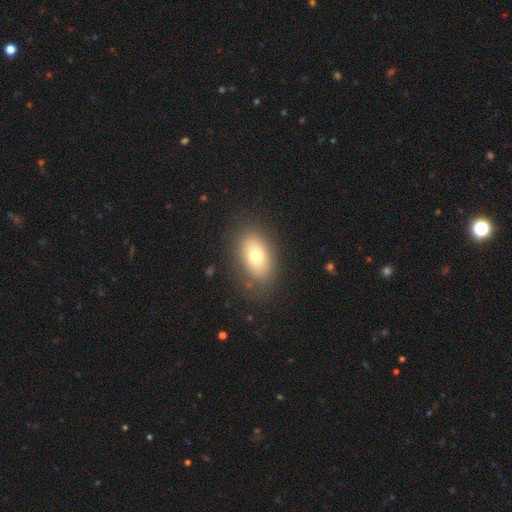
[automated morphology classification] Smooth or featured? smooth (71%)
How rounded? in between (86%)
Merging? none (82%)